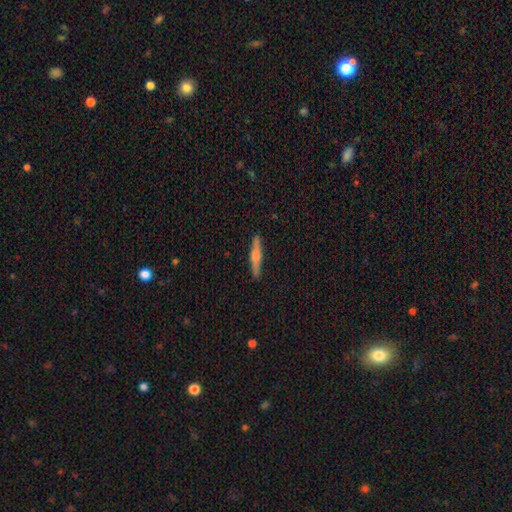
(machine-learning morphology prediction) Smooth or featured? Predicted: smooth (p=0.48). Merging? Predicted: none (p=0.90).